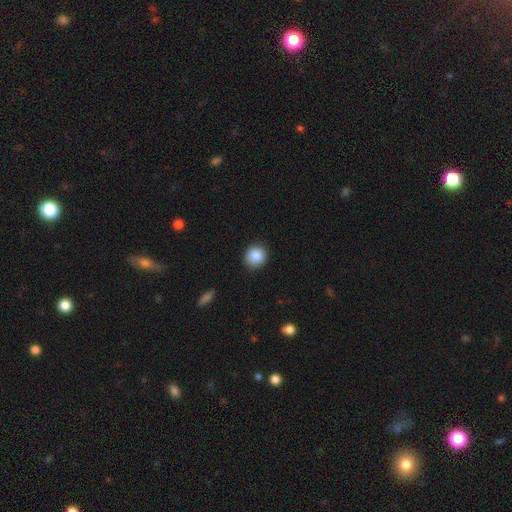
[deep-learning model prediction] Smooth or featured?
  - smooth: 88% *
  - star or artifact: 9%
  - featured or disk: 3%
How rounded?
  - round: 89% *
  - in between: 10%
  - cigar-shaped: 1%
Merging?
  - none: 87% *
  - minor disturbance: 10%
  - major disturbance: 2%
  - merger: 1%